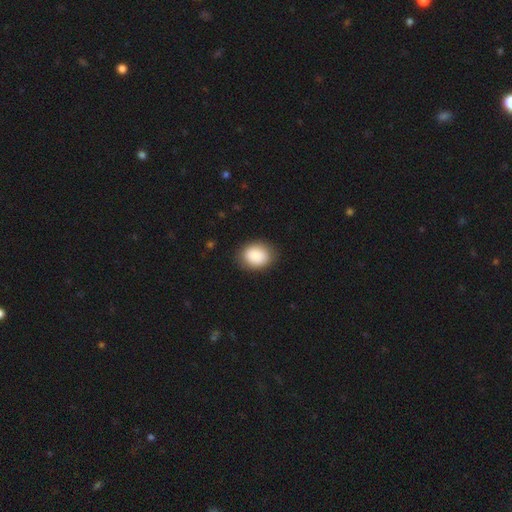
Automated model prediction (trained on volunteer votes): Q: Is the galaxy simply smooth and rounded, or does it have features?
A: smooth — 87%.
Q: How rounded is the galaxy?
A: in between — 50%.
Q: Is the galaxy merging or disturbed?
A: none — 84%.